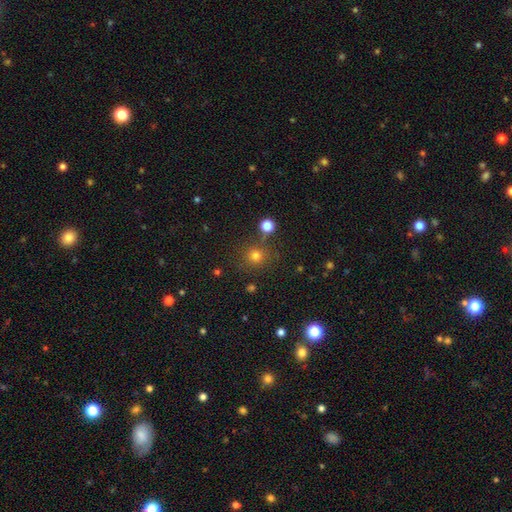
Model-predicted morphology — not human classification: A smooth galaxy with no disk features (76%) that is round (91%).

Vote fractions:
- Smooth or featured? smooth: 76% / star or artifact: 18% / featured or disk: 6%
- How rounded? round: 91% / in between: 8% / cigar-shaped: 1%
- Merging? none: 79% / minor disturbance: 9% / merger: 8% / major disturbance: 4%